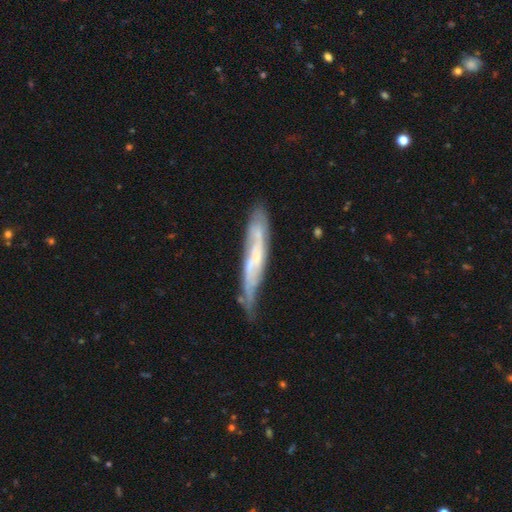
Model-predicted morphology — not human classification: Q: Smooth or featured?
A: featured or disk (67%); runner-up: smooth (26%)
Q: Edge-on disk?
A: yes (57%); runner-up: no (43%)
Q: Merging?
A: none (58%); runner-up: minor disturbance (30%)